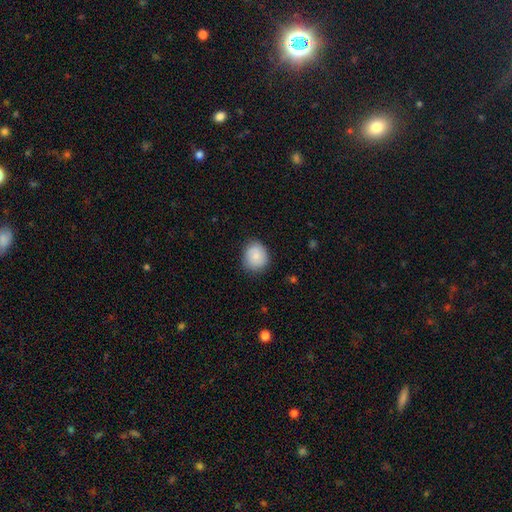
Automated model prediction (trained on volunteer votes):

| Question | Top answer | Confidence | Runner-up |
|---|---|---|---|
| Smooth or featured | smooth | 79% | featured or disk (14%) |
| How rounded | round | 74% | in between (26%) |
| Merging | none | 81% | minor disturbance (15%) |